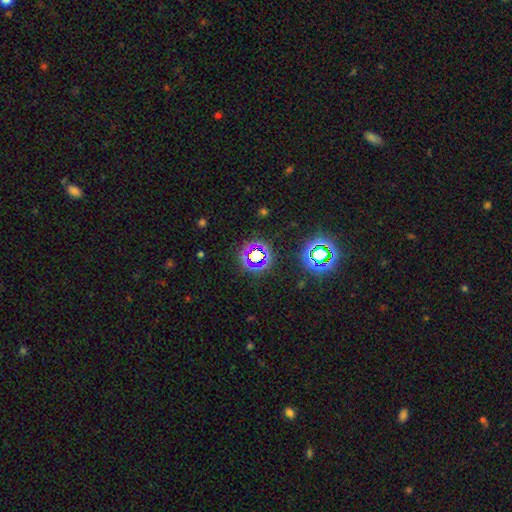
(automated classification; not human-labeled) Morphology: type=star or artifact (67%).